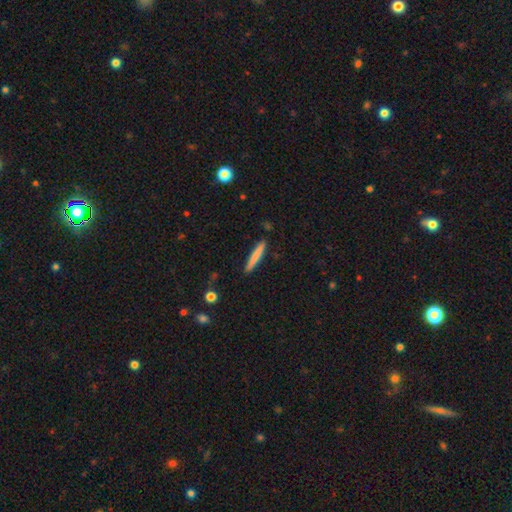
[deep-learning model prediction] Smooth or featured? smooth (75%)
How rounded? cigar-shaped (95%)
Merging? none (89%)